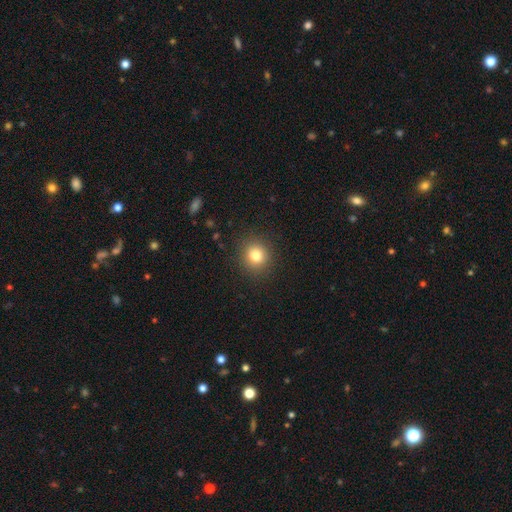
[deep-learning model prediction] Overall: smooth (81%). How rounded: round (88%). Merging: none (90%).